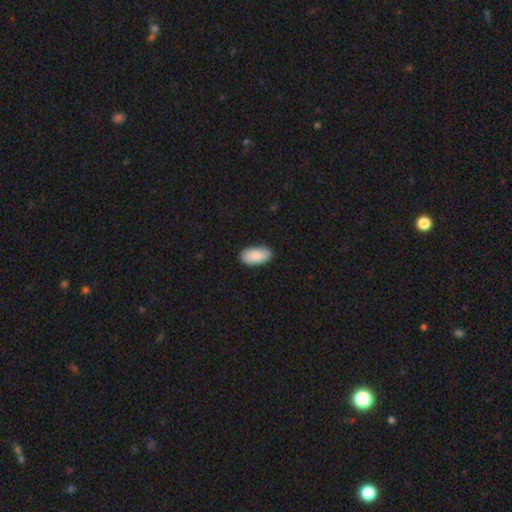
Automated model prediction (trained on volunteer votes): Overall: smooth (88%). How rounded: in between (95%). Merging: none (88%).